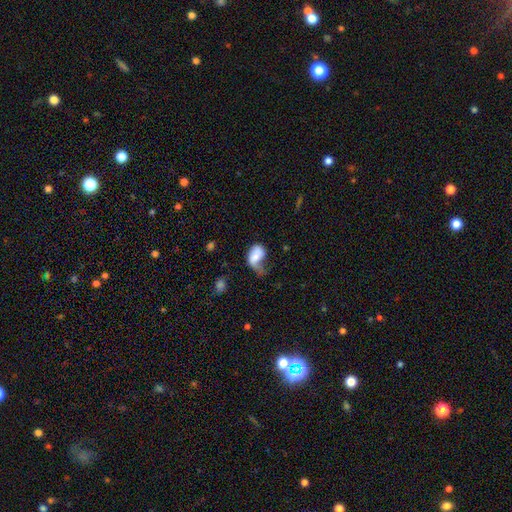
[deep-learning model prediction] Morphology: type=smooth (72%); roundness=in between (85%); merging=major disturbance (42%).